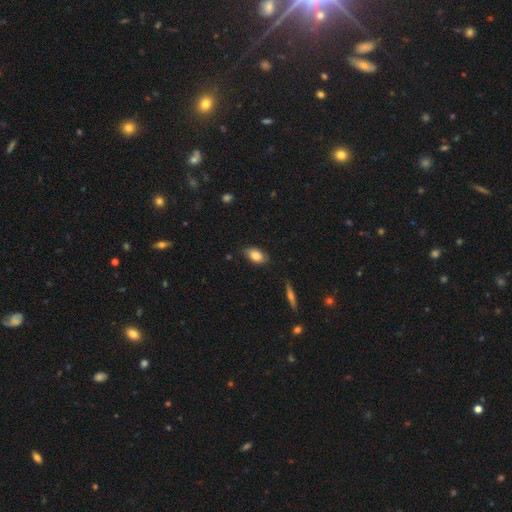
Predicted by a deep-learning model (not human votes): smooth-or-featured: smooth: 82% | featured or disk: 11% | star or artifact: 7%
  how-rounded: in between: 90% | round: 7% | cigar-shaped: 3%
  merging: none: 79% | minor disturbance: 16% | major disturbance: 3% | merger: 2%